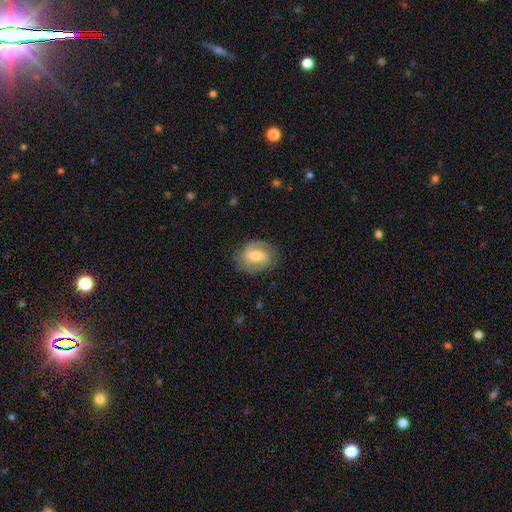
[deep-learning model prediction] smooth-or-featured: featured or disk: 74% | smooth: 20% | star or artifact: 6%
  disk-edge-on: no: 97% | yes: 3%
    bar: weak: 49% | strong: 28% | no: 23%
    has-spiral-arms: yes: 91% | no: 9%
      spiral-winding: medium: 46% | tight: 36% | loose: 19%
      spiral-arm-count: 2: 80% | can't tell: 9% | 1: 5% | 3: 4% | 4: 1% | more than 4: 1%
    bulge-size: moderate: 60% | small: 30% | large: 7% | none: 2% | dominant: 1%
  merging: none: 78% | minor disturbance: 14% | major disturbance: 6% | merger: 1%